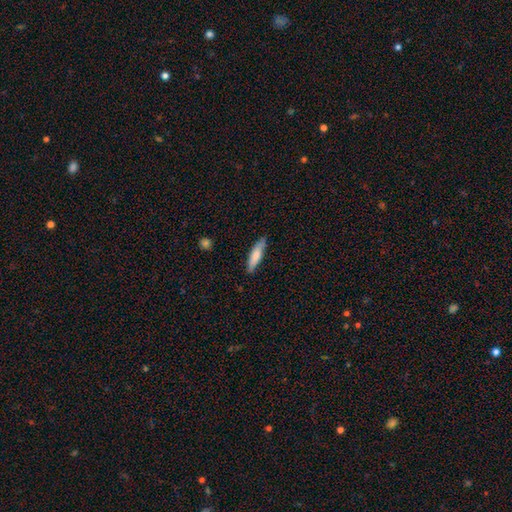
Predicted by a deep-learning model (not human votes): The model was most divided on "how rounded": cigar-shaped: 73%, in between: 26%, round: 1%. More confident: merging — none (80%); smooth or featured — smooth (73%).